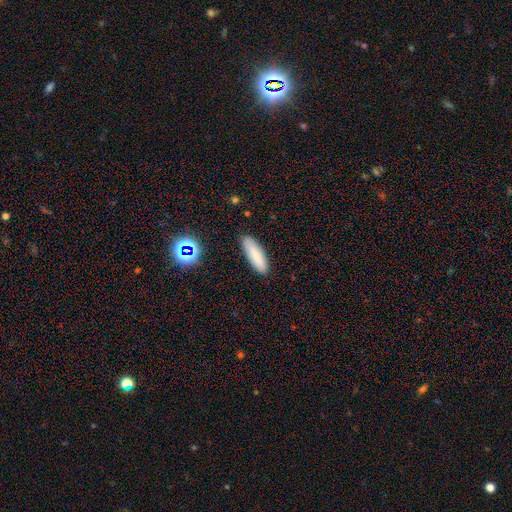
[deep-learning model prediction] This is clearly a smooth galaxy (80%). How rounded: possibly cigar-shaped (53%). Merging: clearly none (87%).